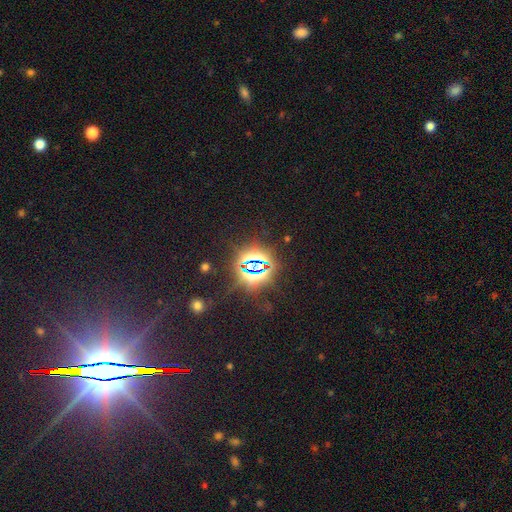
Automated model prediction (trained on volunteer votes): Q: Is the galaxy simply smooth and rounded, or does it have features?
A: star or artifact — 82%.